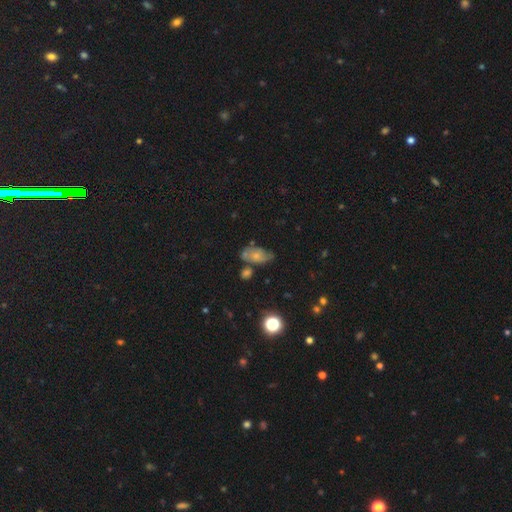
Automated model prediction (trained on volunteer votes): The model was most divided on "merging": none: 46%, minor disturbance: 28%, merger: 15%, major disturbance: 11%. More confident: how rounded — in between (88%); smooth or featured — smooth (59%).